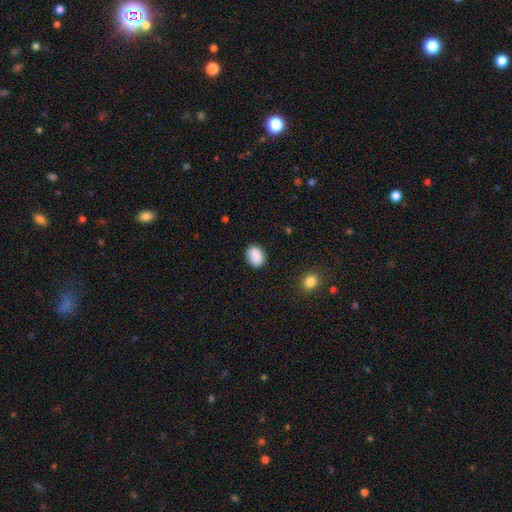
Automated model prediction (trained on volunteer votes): Smooth or featured? smooth (89%)
How rounded? in between (64%)
Merging? none (85%)